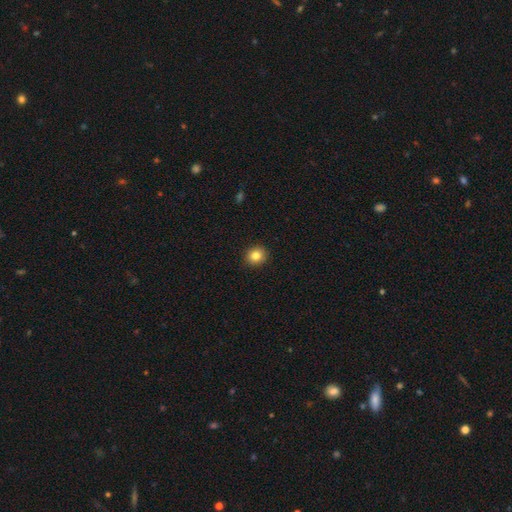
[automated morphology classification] type=smooth (82%); roundness=round (83%); merging=none (91%).